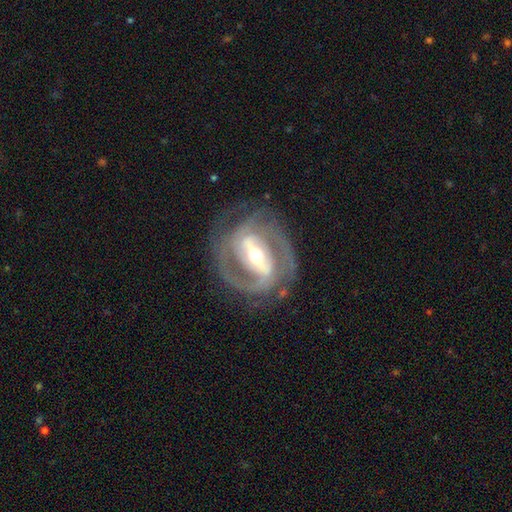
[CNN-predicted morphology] Q: Smooth or featured?
A: featured or disk (90%); runner-up: smooth (5%)
Q: Edge-on disk?
A: no (96%); runner-up: yes (4%)
Q: Bar?
A: strong (69%); runner-up: weak (23%)
Q: Spiral arms?
A: yes (96%); runner-up: no (4%)
Q: Spiral winding?
A: tight (51%); runner-up: medium (41%)
Q: Spiral arm count?
A: 2 (69%); runner-up: 3 (15%)
Q: Bulge size?
A: moderate (58%); runner-up: small (34%)
Q: Merging?
A: none (76%); runner-up: minor disturbance (15%)